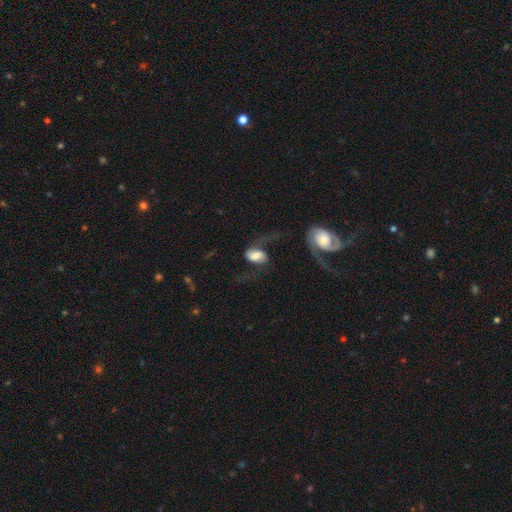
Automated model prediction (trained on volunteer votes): This is likely a featured or disk galaxy (62%). It is clearly not viewed edge-on (95%). Bar: marginally weak (41%). Spiral arm pattern: clearly yes (89%). Spiral arm count: clearly 2 (87%). Spiral winding: likely loose (78%). Central bulge: marginally large (37%). Merging: marginally none (40%).